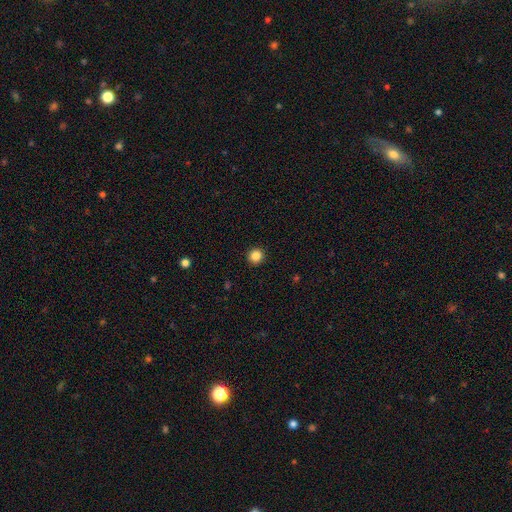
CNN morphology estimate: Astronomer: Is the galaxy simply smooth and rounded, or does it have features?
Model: smooth — 86%.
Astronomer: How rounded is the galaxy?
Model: round — 94%.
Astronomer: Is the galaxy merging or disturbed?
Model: none — 93%.